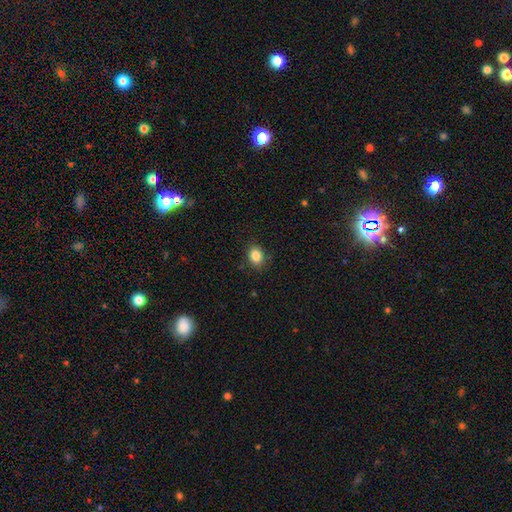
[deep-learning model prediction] Smooth or featured: smooth — 85% (star or artifact — 10%)
How rounded: in between — 55% (round — 44%)
Merging: none — 83% (minor disturbance — 13%)